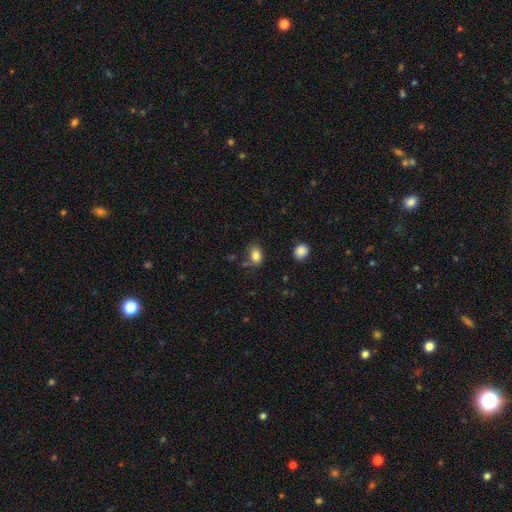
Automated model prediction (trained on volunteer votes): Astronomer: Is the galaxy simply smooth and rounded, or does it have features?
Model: smooth — 84%.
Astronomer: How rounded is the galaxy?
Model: in between — 78%.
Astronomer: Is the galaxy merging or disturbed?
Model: none — 70%.